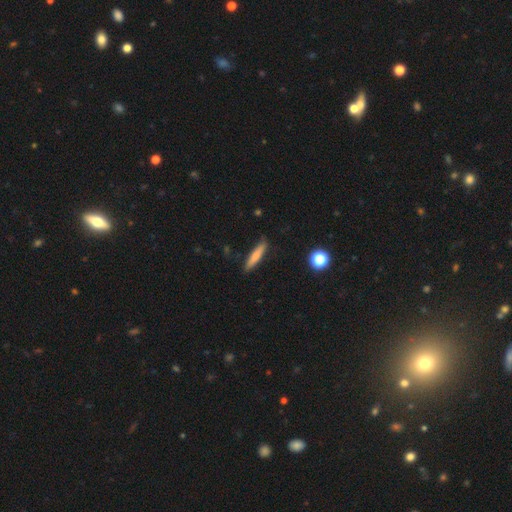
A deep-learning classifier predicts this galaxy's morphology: smooth 75%, featured or disk 19%, star or artifact 7%. Down the decision tree: how rounded — cigar-shaped (89%); merging — none (84%).